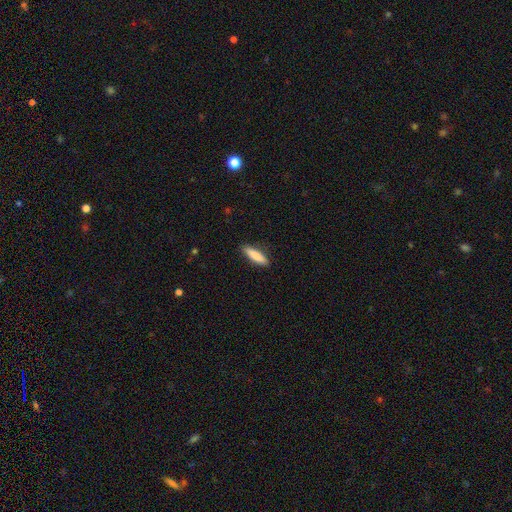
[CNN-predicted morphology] This appears to be a smooth galaxy with no disk features (83%) that is cigar-shaped (68%). Merging: none (88%).